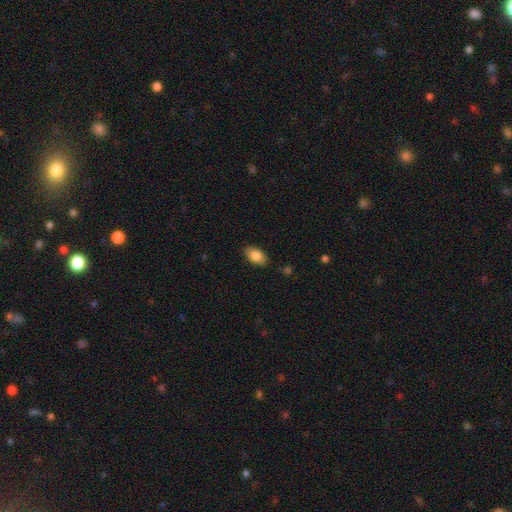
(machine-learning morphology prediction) Smooth or featured?
  - smooth: 85% *
  - featured or disk: 8%
  - star or artifact: 7%
How rounded?
  - in between: 90% *
  - round: 7%
  - cigar-shaped: 2%
Merging?
  - none: 84% *
  - minor disturbance: 12%
  - major disturbance: 3%
  - merger: 1%